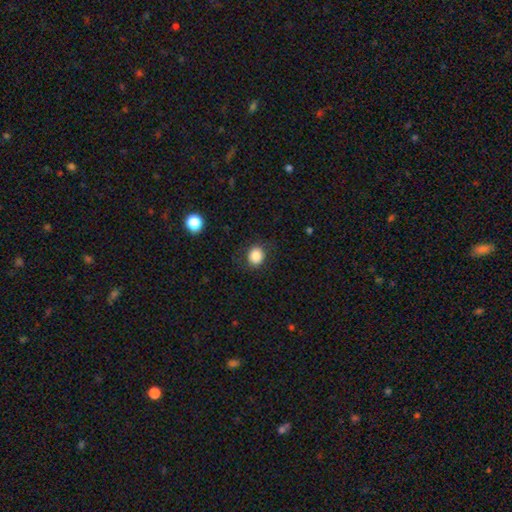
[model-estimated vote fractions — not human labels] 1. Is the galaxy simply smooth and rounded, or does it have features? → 85% smooth, 10% star or artifact, 5% featured or disk.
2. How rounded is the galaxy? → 72% round, 27% in between, 1% cigar-shaped.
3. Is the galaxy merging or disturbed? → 83% none, 11% minor disturbance, 4% major disturbance, 1% merger.